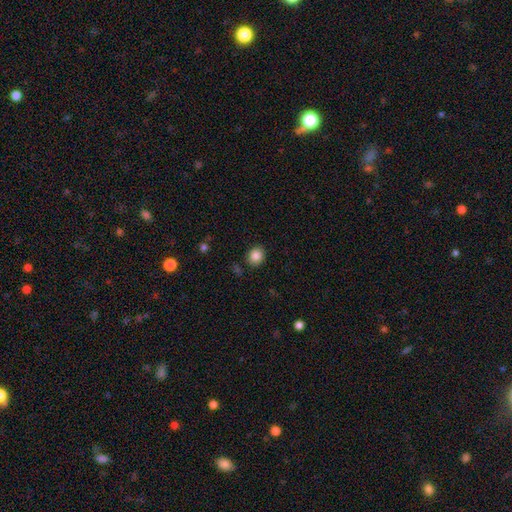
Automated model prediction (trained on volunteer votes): smooth-or-featured: smooth: 86% | star or artifact: 10% | featured or disk: 5%
  how-rounded: round: 72% | in between: 27% | cigar-shaped: 1%
  merging: none: 87% | minor disturbance: 8% | major disturbance: 3% | merger: 2%